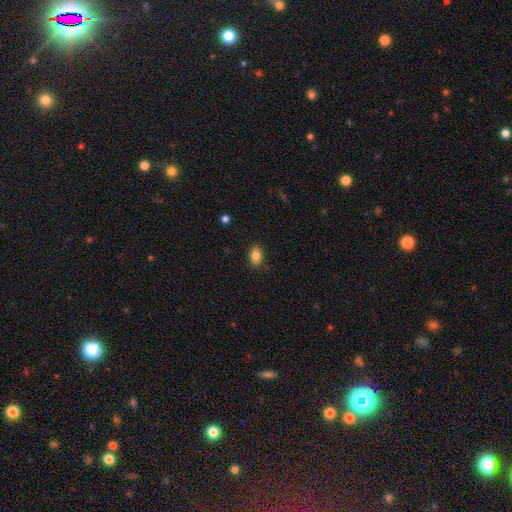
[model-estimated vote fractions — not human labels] Smooth or featured?
  - smooth: 85% *
  - star or artifact: 9%
  - featured or disk: 6%
How rounded?
  - in between: 84% *
  - round: 14%
  - cigar-shaped: 1%
Merging?
  - none: 86% *
  - minor disturbance: 11%
  - major disturbance: 2%
  - merger: 1%